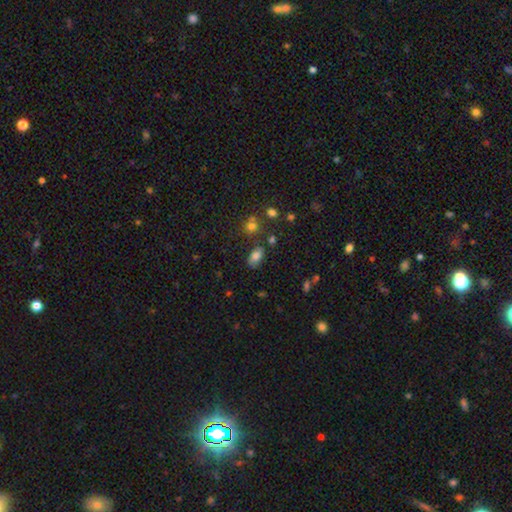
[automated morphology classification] Smooth or featured? Predicted: smooth (p=0.79). How rounded? Predicted: in between (p=0.89). Merging? Predicted: none (p=0.70).